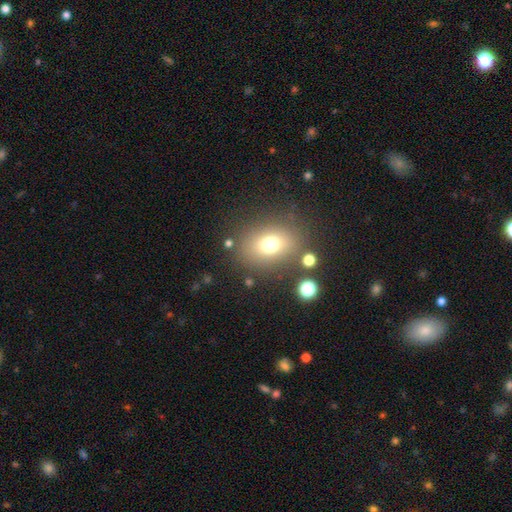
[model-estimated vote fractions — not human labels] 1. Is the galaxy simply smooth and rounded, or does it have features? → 68% smooth, 19% star or artifact, 14% featured or disk.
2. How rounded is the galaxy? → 57% in between, 41% round, 2% cigar-shaped.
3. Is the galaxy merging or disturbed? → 79% none, 11% minor disturbance, 6% merger, 4% major disturbance.